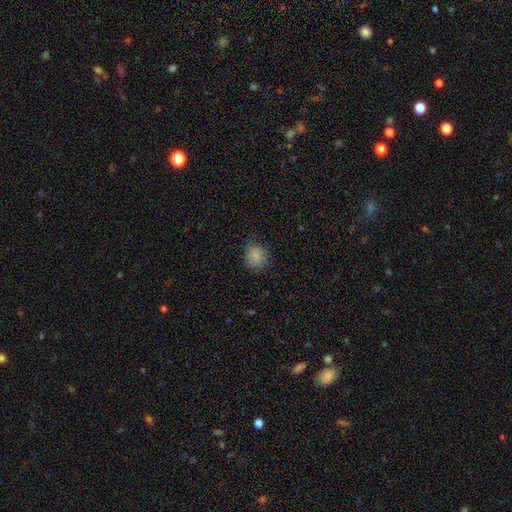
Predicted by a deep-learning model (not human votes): Smooth or featured? smooth (83%)
How rounded? round (82%)
Merging? none (78%)